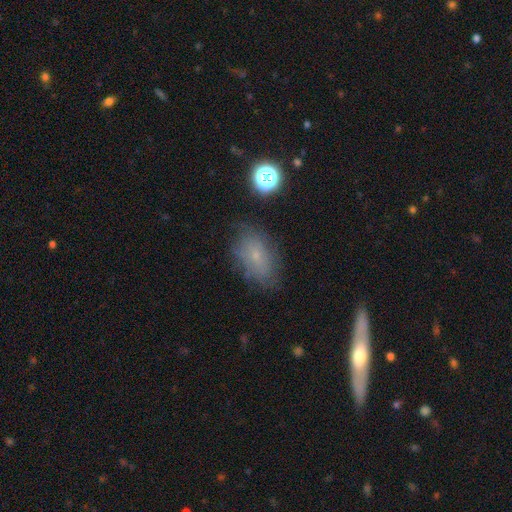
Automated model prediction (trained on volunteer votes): Smooth or featured? smooth (59%)
How rounded? in between (84%)
Merging? none (71%)